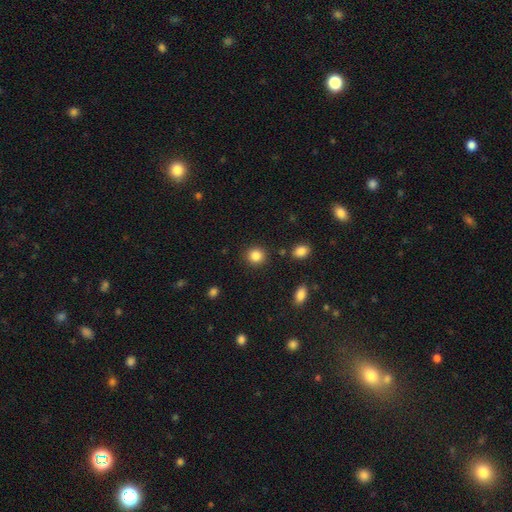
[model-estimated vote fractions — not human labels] Smooth or featured: smooth — 86% (star or artifact — 10%)
How rounded: round — 89% (in between — 10%)
Merging: none — 89% (minor disturbance — 6%)